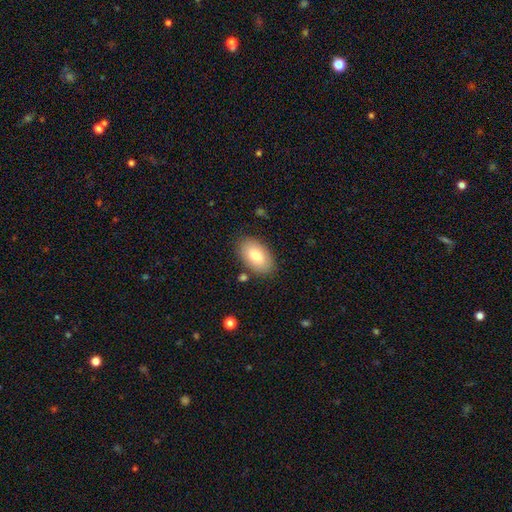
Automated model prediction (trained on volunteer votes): Overall: smooth (82%). How rounded: in between (94%). Merging: none (83%).